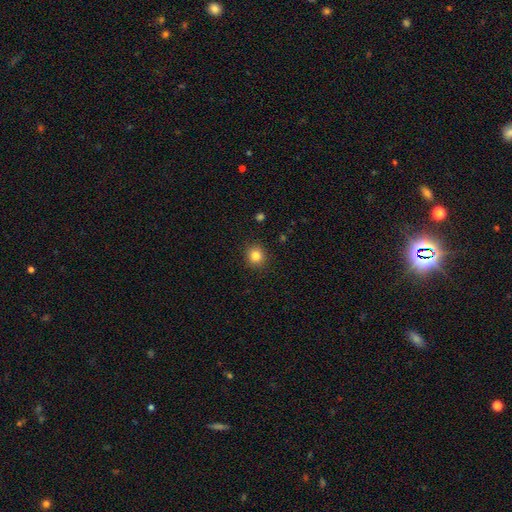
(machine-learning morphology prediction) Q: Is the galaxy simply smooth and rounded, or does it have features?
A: smooth — 83%.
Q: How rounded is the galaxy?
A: round — 89%.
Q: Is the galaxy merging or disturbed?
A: none — 91%.